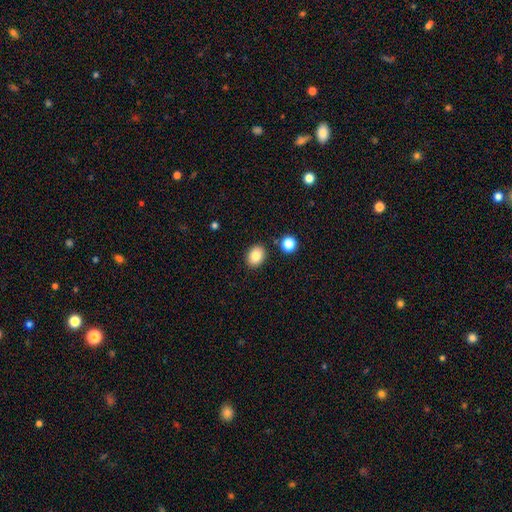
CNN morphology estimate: type=smooth (83%); roundness=in between (55%); merging=none (87%).